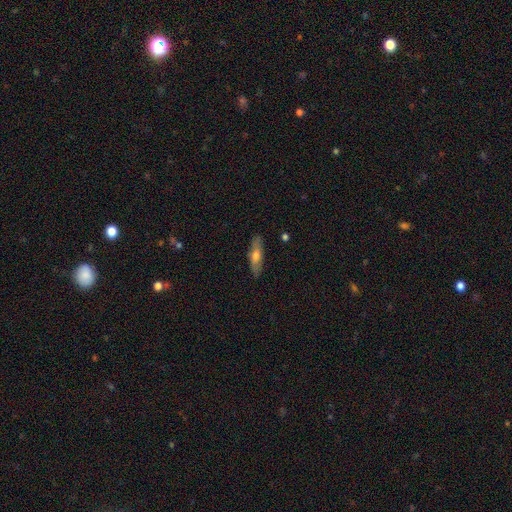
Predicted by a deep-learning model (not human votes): Smooth or featured: smooth — 57% (featured or disk — 37%)
How rounded: cigar-shaped — 63% (in between — 35%)
Merging: none — 86% (minor disturbance — 11%)